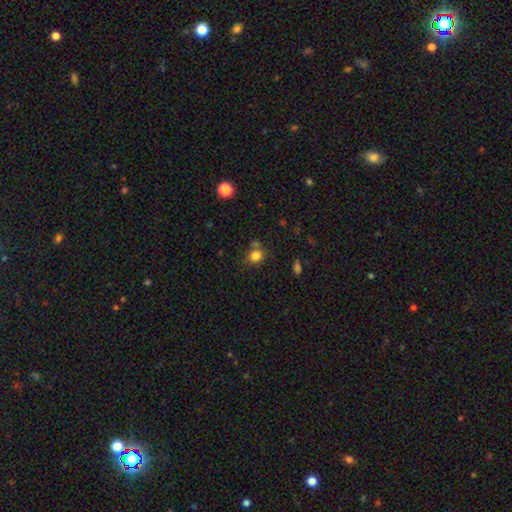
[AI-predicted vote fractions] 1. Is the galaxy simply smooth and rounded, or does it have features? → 81% smooth, 12% star or artifact, 6% featured or disk.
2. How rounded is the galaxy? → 65% round, 34% in between, 1% cigar-shaped.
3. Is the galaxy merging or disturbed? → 65% none, 17% merger, 14% minor disturbance, 4% major disturbance.